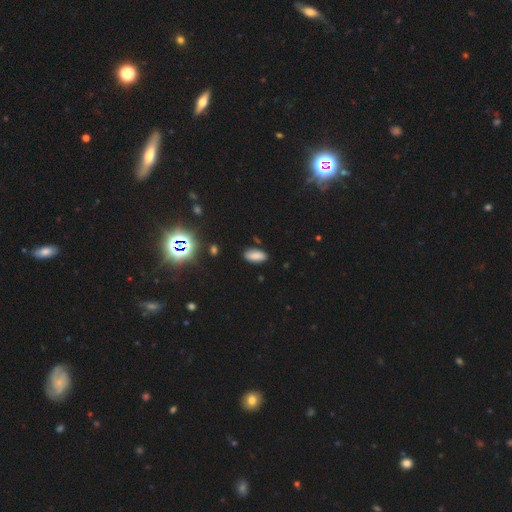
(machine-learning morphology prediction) Q: Smooth or featured?
A: smooth (81%); runner-up: star or artifact (12%)
Q: How rounded?
A: in between (91%); runner-up: cigar-shaped (7%)
Q: Merging?
A: none (85%); runner-up: minor disturbance (11%)